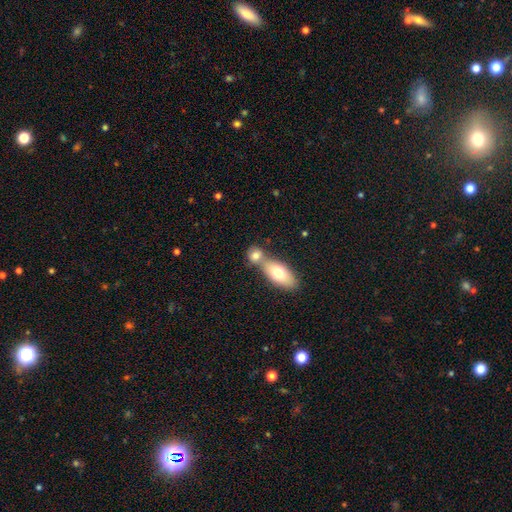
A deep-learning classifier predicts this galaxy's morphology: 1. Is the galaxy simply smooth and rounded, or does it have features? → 77% smooth, 15% featured or disk, 8% star or artifact.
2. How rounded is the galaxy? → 57% in between, 37% round, 6% cigar-shaped.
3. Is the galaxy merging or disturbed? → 52% merger, 38% none, 8% minor disturbance, 3% major disturbance.